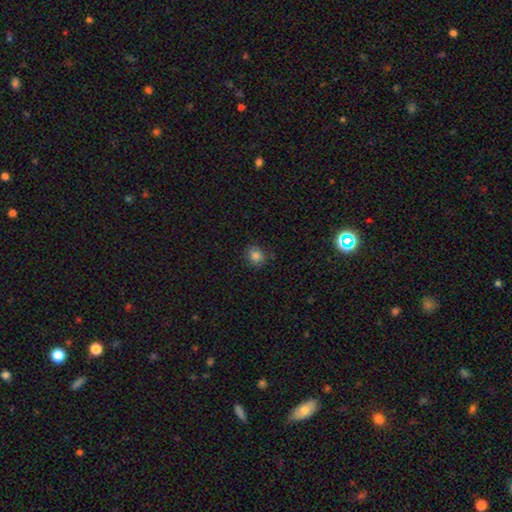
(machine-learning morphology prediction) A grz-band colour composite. It shows a smooth galaxy with no disk features (83%) that is round (76%). Merging: none (83%).